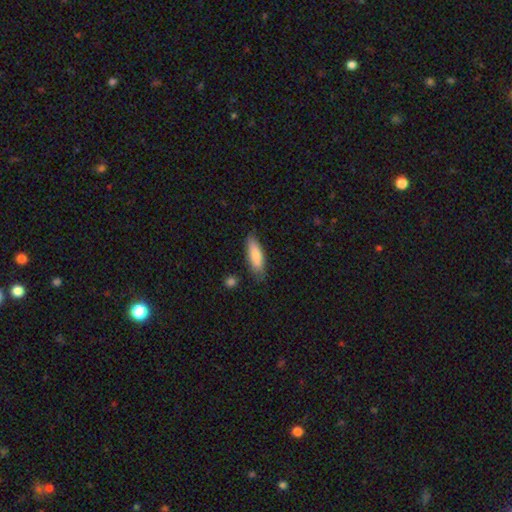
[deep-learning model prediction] Q: Smooth or featured?
A: smooth (83%); runner-up: featured or disk (11%)
Q: How rounded?
A: in between (54%); runner-up: cigar-shaped (44%)
Q: Merging?
A: none (77%); runner-up: minor disturbance (18%)